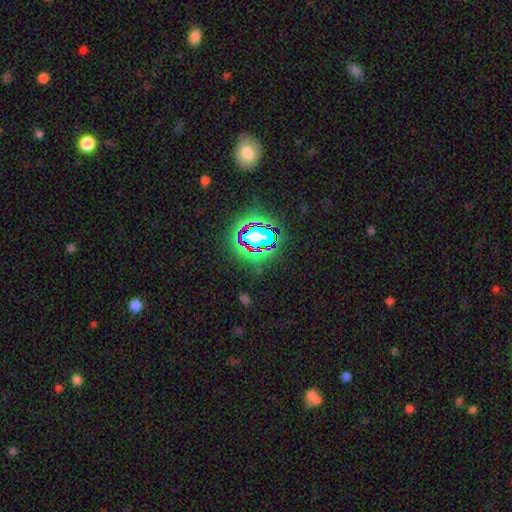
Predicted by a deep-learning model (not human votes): Smooth or featured? Predicted: star or artifact (p=0.72).